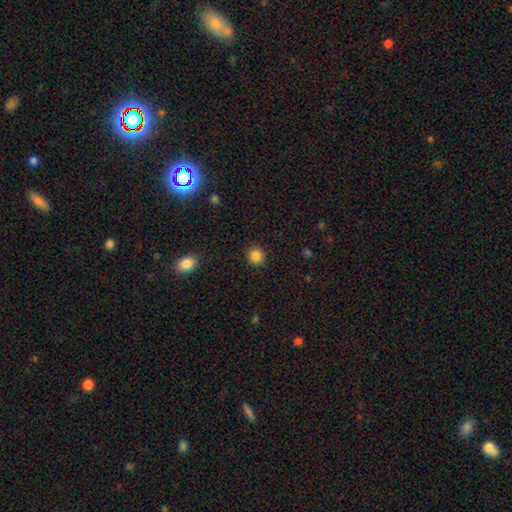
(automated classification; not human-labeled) Smooth or featured: smooth — 86% (star or artifact — 11%)
How rounded: round — 89% (in between — 10%)
Merging: none — 91% (minor disturbance — 6%)